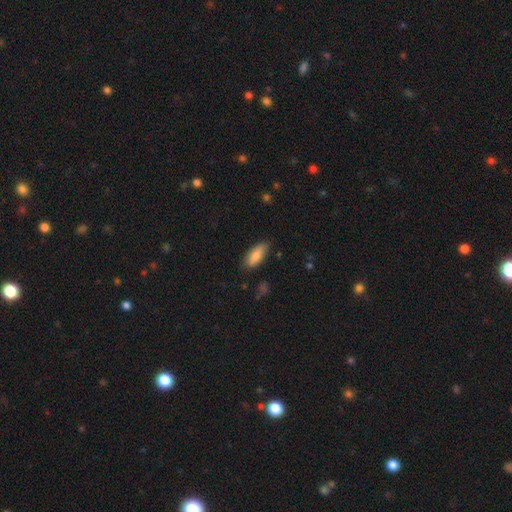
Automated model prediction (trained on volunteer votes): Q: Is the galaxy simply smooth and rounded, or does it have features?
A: smooth — 81%.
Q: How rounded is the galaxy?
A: in between — 79%.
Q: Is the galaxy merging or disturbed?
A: none — 78%.